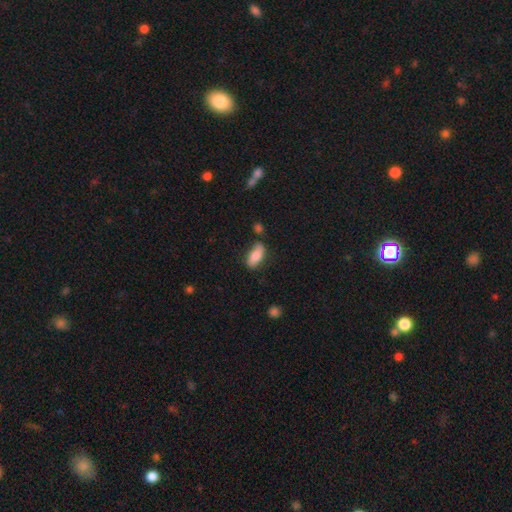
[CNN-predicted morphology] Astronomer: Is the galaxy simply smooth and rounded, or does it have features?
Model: smooth — 77%.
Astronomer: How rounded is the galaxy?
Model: in between — 87%.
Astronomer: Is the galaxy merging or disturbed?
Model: none — 63%.